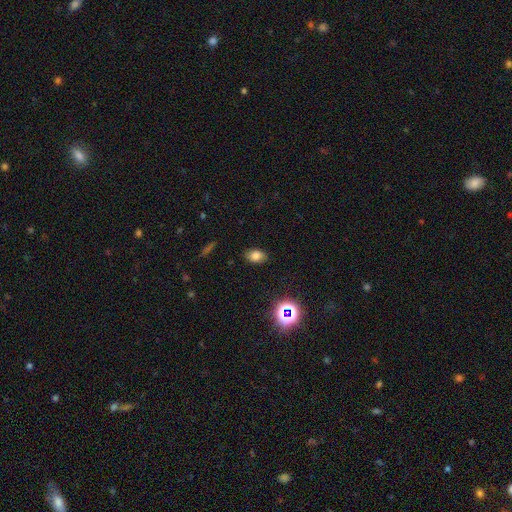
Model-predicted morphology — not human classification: A smooth galaxy with no disk features (76%) that is in between round and cigar-shaped (80%). Merging: none (85%).